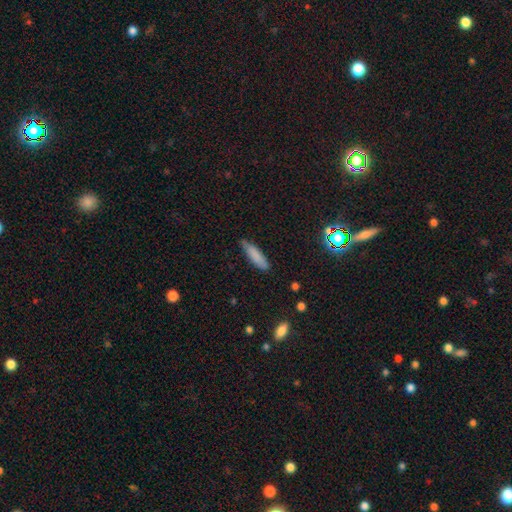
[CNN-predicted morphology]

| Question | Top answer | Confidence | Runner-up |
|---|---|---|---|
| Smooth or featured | smooth | 81% | featured or disk (11%) |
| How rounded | cigar-shaped | 67% | in between (31%) |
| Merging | none | 73% | minor disturbance (22%) |